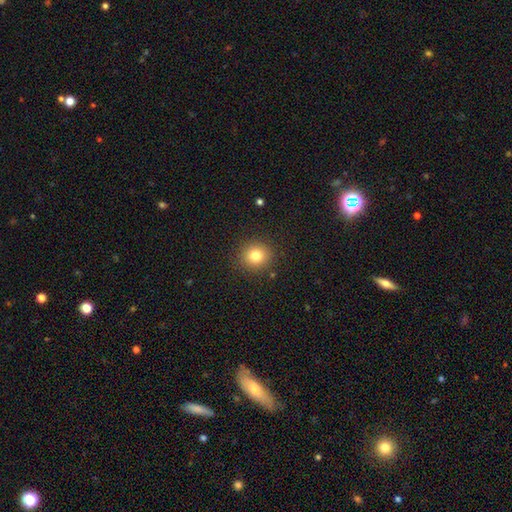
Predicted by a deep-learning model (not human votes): Smooth or featured? Predicted: smooth (p=0.80). How rounded? Predicted: round (p=0.88). Merging? Predicted: none (p=0.89).